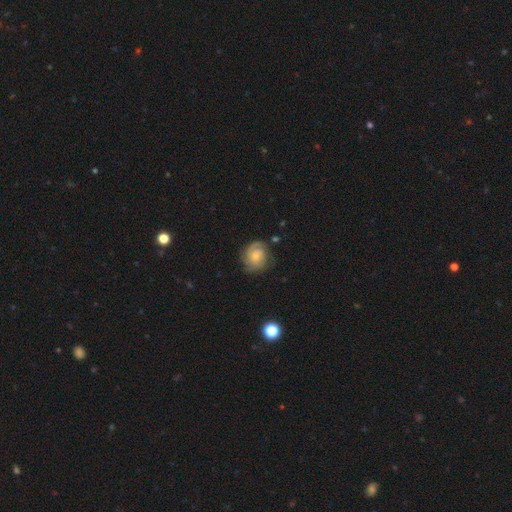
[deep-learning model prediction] Smooth or featured? Predicted: featured or disk (p=0.72). Edge-on disk? Predicted: no (p=0.98). Bar? Predicted: no (p=0.73). Spiral arms? Predicted: yes (p=0.94). Spiral winding? Predicted: tight (p=0.59). Spiral arm count? Predicted: 2 (p=0.30). Bulge size? Predicted: small (p=0.57). Merging? Predicted: none (p=0.73).